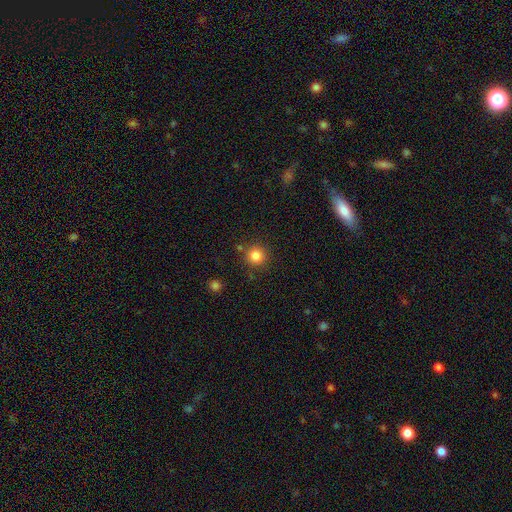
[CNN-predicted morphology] Smooth or featured? smooth (83%)
How rounded? round (93%)
Merging? none (85%)